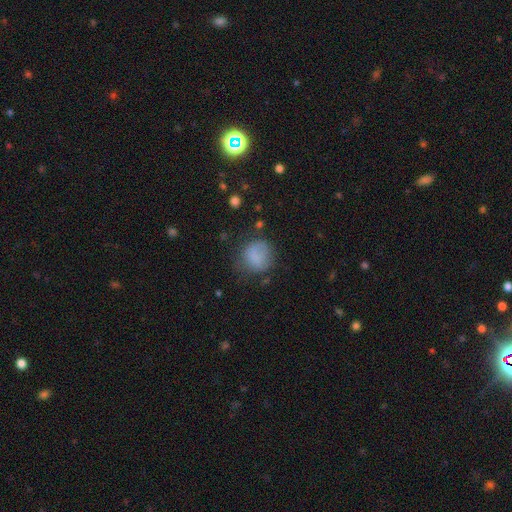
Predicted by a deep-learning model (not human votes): The model was most divided on "merging": none: 58%, minor disturbance: 26%, major disturbance: 14%, merger: 3%. More confident: how rounded — round (78%); smooth or featured — smooth (78%).